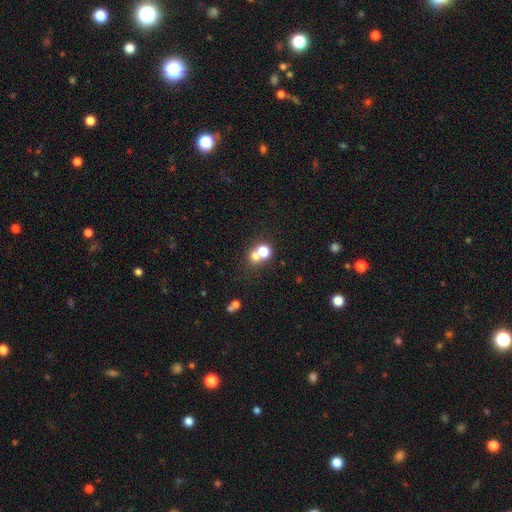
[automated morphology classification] A smooth galaxy with no disk features (68%) that is round (79%).

Vote fractions:
- Smooth or featured? smooth: 68% / star or artifact: 19% / featured or disk: 13%
- How rounded? round: 79% / in between: 20% / cigar-shaped: 1%
- Merging? merger: 46% / none: 44% / minor disturbance: 6% / major disturbance: 4%